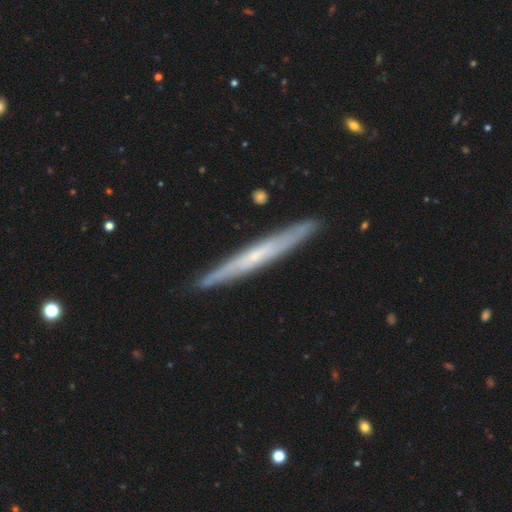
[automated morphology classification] smooth_or_featured: featured or disk (p=0.65) [alt: smooth p=0.29]
disk_edge_on: yes (p=0.93) [alt: no p=0.07]
edge_on_bulge: none (p=0.69) [alt: rounded p=0.27]
merging: none (p=0.89) [alt: minor disturbance p=0.08]